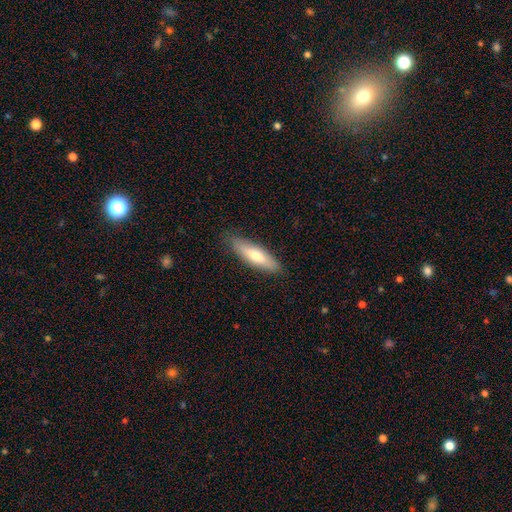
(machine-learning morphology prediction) Smooth or featured: smooth — 66% (featured or disk — 28%)
How rounded: cigar-shaped — 61% (in between — 38%)
Merging: none — 85% (minor disturbance — 12%)